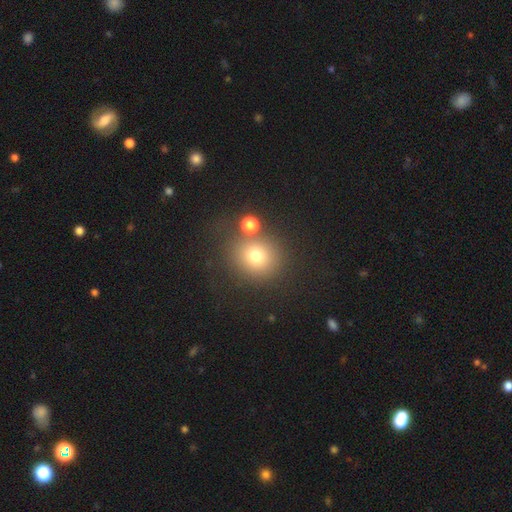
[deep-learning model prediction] Smooth or featured? smooth (74%)
How rounded? round (86%)
Merging? none (73%)